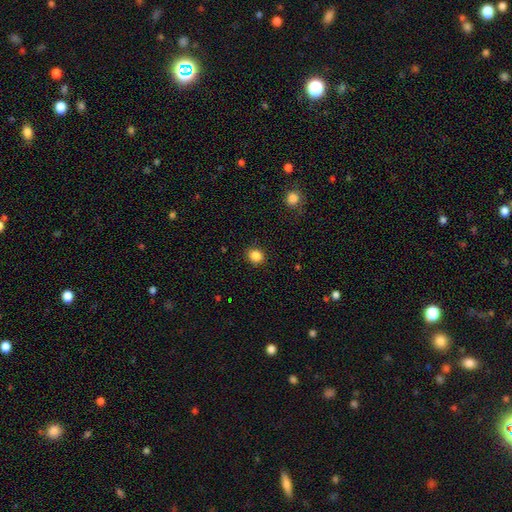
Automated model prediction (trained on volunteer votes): smooth_or_featured: smooth (p=0.86) [alt: star or artifact p=0.11]
how_rounded: round (p=0.76) [alt: in between p=0.24]
merging: none (p=0.90) [alt: minor disturbance p=0.07]